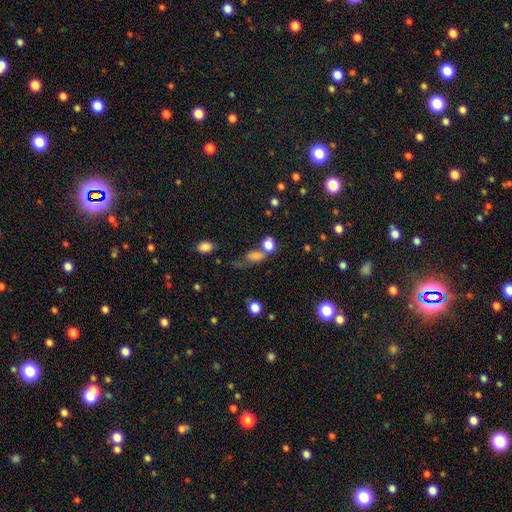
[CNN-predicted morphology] This appears to be a smooth galaxy with no disk features (71%) that is in between round and cigar-shaped (63%). Merging: none (41%).